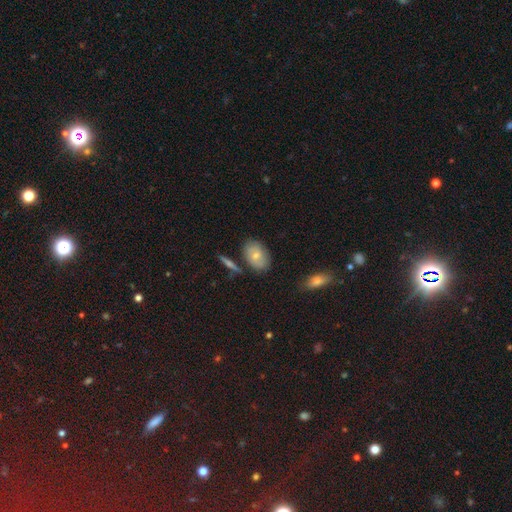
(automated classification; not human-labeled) Q: Smooth or featured?
A: smooth (69%); runner-up: featured or disk (24%)
Q: How rounded?
A: in between (86%); runner-up: round (12%)
Q: Merging?
A: none (75%); runner-up: minor disturbance (15%)